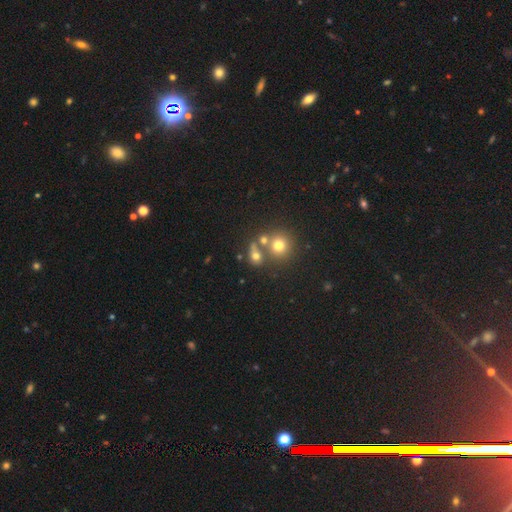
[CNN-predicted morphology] Q: Smooth or featured?
A: smooth (66%); runner-up: star or artifact (19%)
Q: How rounded?
A: round (69%); runner-up: in between (28%)
Q: Merging?
A: none (48%); runner-up: merger (35%)